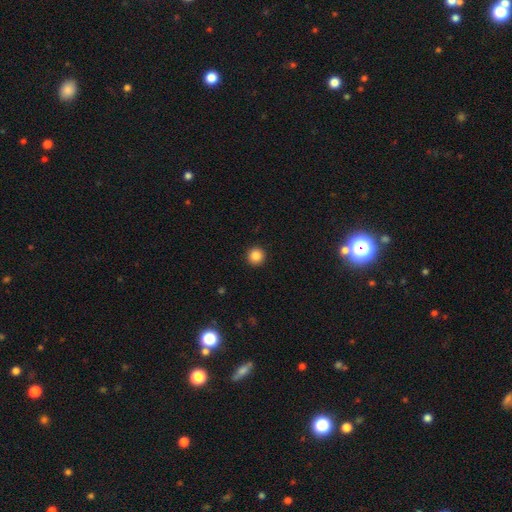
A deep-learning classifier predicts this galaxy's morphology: smooth 86%, star or artifact 10%, featured or disk 4%. Down the decision tree: how rounded — round (96%); merging — none (94%).